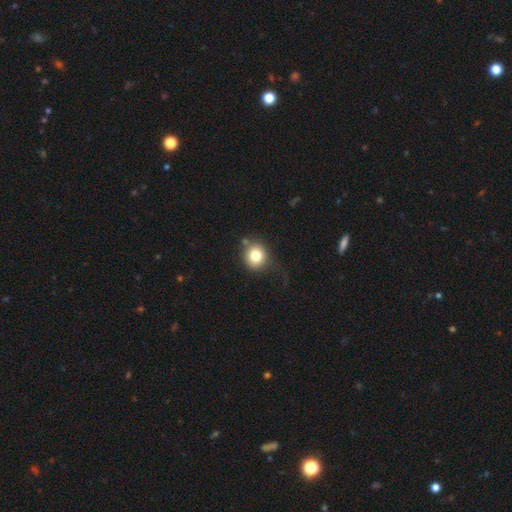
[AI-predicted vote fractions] Overall: smooth (79%). How rounded: round (85%). Merging: none (71%).